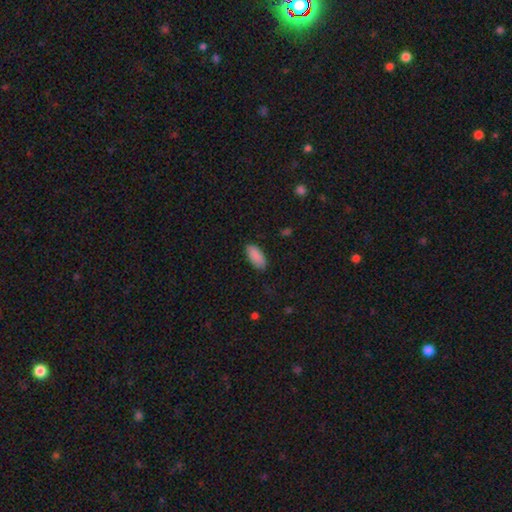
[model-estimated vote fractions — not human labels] Q: Smooth or featured?
A: smooth (89%); runner-up: star or artifact (6%)
Q: How rounded?
A: in between (89%); runner-up: cigar-shaped (9%)
Q: Merging?
A: none (85%); runner-up: minor disturbance (11%)